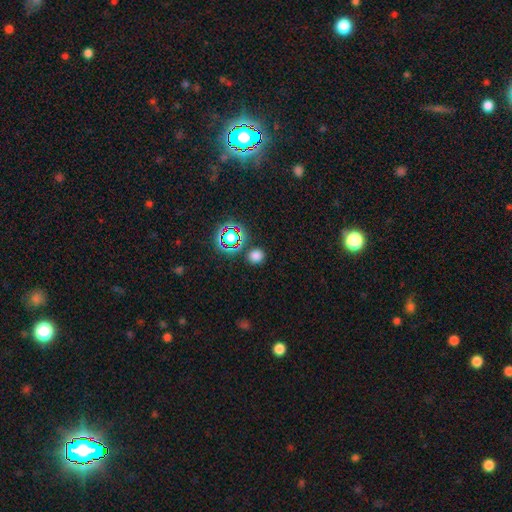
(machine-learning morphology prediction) A smooth galaxy with no disk features (72%) that is round (86%).

Vote fractions:
- Smooth or featured? smooth: 72% / star or artifact: 23% / featured or disk: 5%
- How rounded? round: 86% / in between: 13% / cigar-shaped: 1%
- Merging? none: 85% / minor disturbance: 8% / merger: 4% / major disturbance: 3%